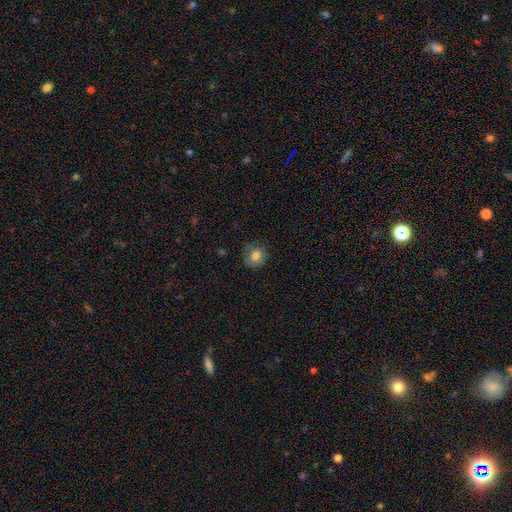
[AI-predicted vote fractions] Overall: smooth (78%). How rounded: round (83%). Merging: none (71%).